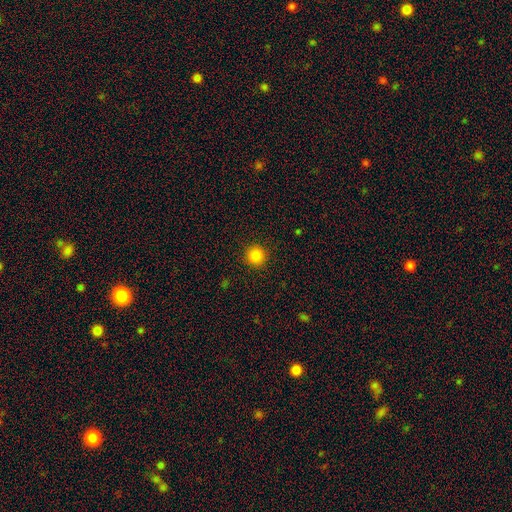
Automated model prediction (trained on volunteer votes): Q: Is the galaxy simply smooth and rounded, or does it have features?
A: smooth — 85%.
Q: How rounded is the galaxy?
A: round — 95%.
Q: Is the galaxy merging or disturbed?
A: none — 92%.